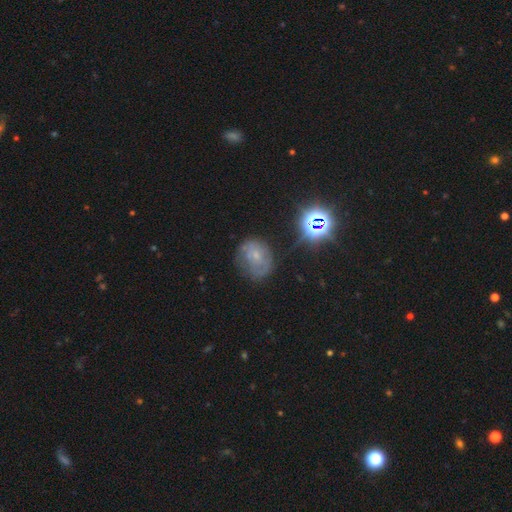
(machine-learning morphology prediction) featured or disk 46%, smooth 34%, star or artifact 20%. Down the decision tree: merging — none (54%).